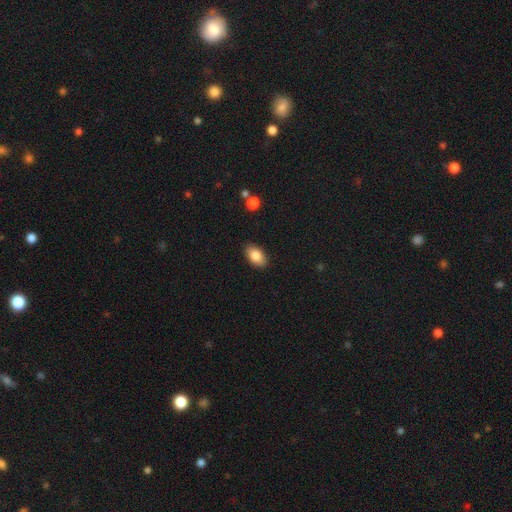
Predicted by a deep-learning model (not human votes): A smooth galaxy with no disk features (84%) that is in between round and cigar-shaped (92%). Merging: none (88%).